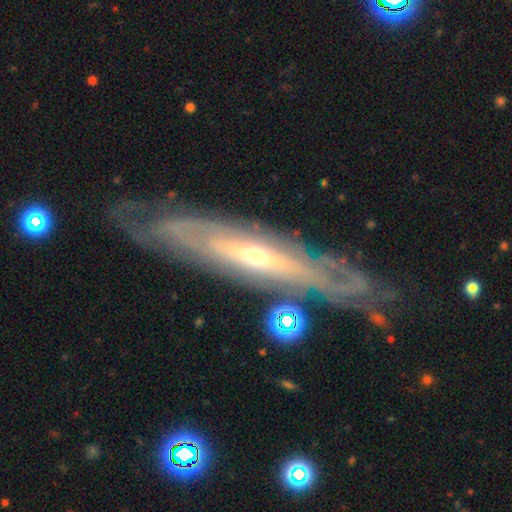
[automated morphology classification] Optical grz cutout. It shows a featured or disk galaxy (80%). Merging: none (67%).